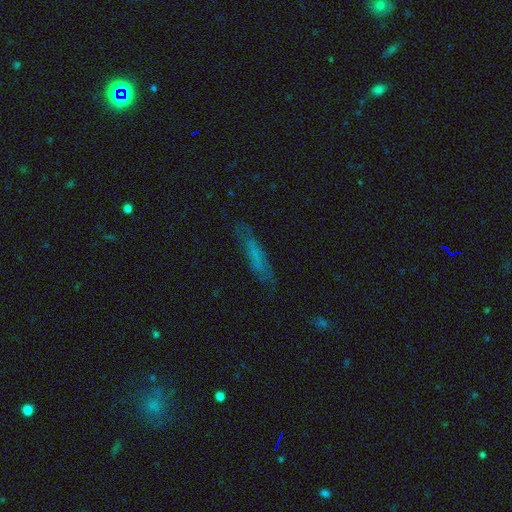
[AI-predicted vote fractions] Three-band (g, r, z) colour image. It shows a smooth galaxy with no disk features (55%) that is cigar-shaped (84%). Merging: none (75%).